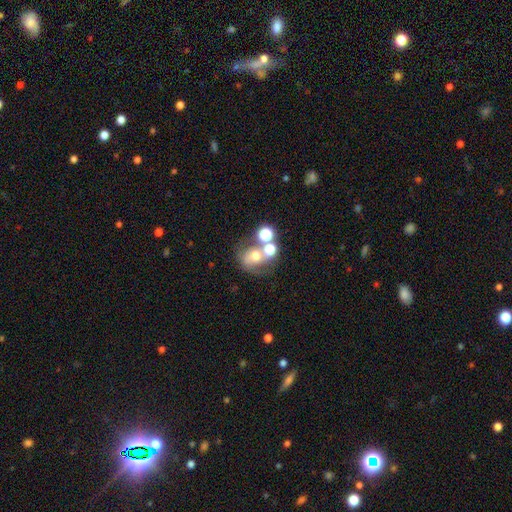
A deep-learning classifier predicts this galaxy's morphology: A smooth galaxy with no disk features (48%).

Vote fractions:
- Smooth or featured? smooth: 48% / featured or disk: 34% / star or artifact: 18%
- Merging? merger: 41% / none: 37% / minor disturbance: 12% / major disturbance: 10%